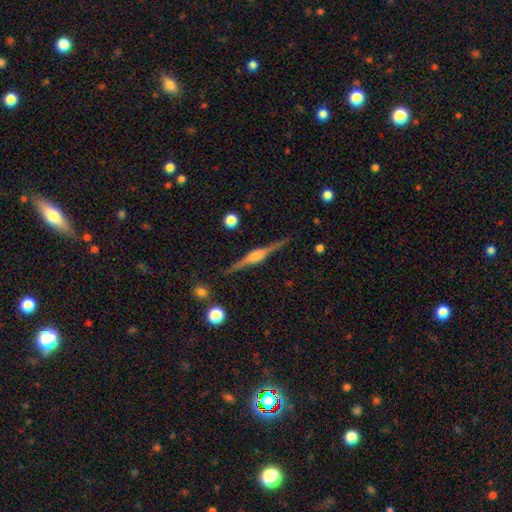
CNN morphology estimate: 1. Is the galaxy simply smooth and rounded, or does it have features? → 84% featured or disk, 10% smooth, 6% star or artifact.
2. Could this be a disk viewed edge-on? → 98% yes, 2% no.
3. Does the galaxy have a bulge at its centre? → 78% rounded, 19% boxy, 3% none.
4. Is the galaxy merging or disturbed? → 88% none, 9% minor disturbance, 2% major disturbance, 1% merger.